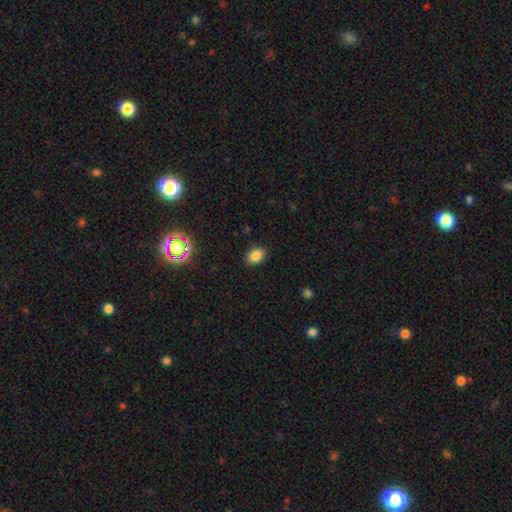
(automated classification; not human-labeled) Morphology: type=smooth (83%); roundness=in between (69%); merging=none (86%).